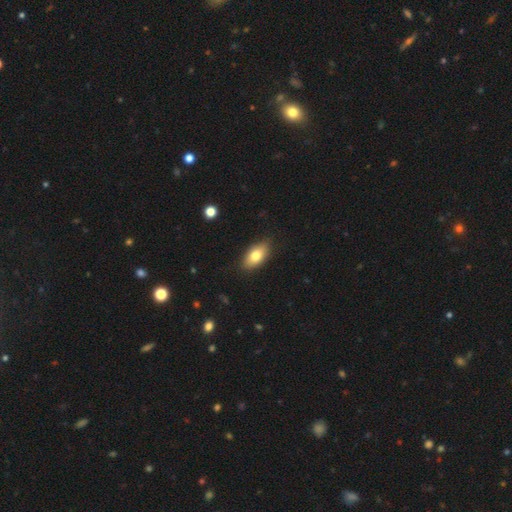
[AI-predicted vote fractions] A smooth galaxy with no disk features (77%) that is in between round and cigar-shaped (89%).

Vote fractions:
- Smooth or featured? smooth: 77% / featured or disk: 16% / star or artifact: 7%
- How rounded? in between: 89% / cigar-shaped: 6% / round: 5%
- Merging? none: 86% / minor disturbance: 11% / major disturbance: 2% / merger: 1%